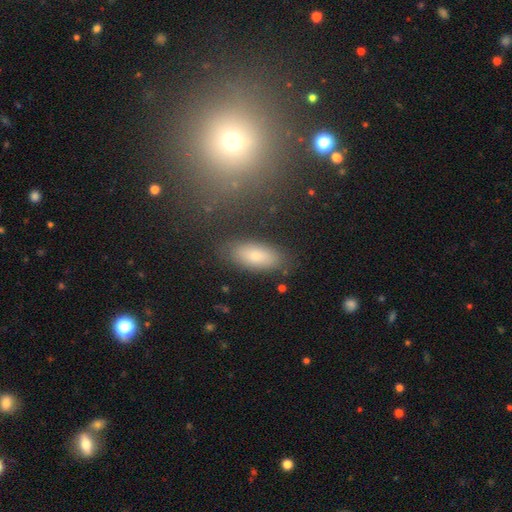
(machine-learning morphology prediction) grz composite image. It shows a smooth galaxy with no disk features (78%) that is in between round and cigar-shaped (84%). Merging: none (82%).